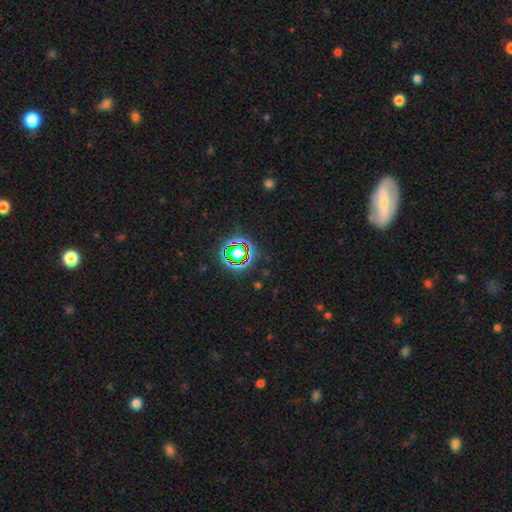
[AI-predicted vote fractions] Smooth or featured: star or artifact — 68% (smooth — 18%)